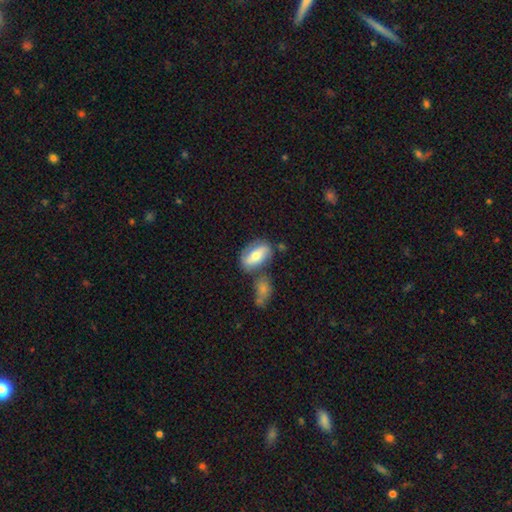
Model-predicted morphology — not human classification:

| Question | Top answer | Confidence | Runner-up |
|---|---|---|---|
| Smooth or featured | smooth | 54% | featured or disk (40%) |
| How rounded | in between | 86% | round (7%) |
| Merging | none | 57% | merger (20%) |